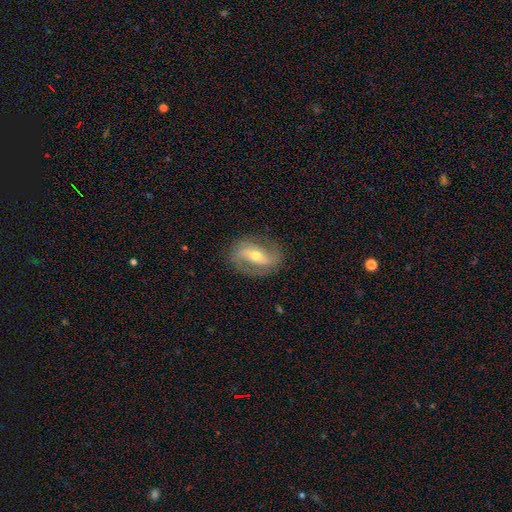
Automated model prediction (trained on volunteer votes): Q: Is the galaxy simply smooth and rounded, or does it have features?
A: featured or disk — 76%.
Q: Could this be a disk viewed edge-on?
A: no — 92%.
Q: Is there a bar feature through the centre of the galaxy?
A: strong — 44%.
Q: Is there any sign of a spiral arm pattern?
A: yes — 82%.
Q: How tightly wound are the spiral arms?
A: medium — 41%.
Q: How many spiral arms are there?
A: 2 — 85%.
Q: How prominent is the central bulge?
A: moderate — 60%.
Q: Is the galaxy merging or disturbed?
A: none — 80%.